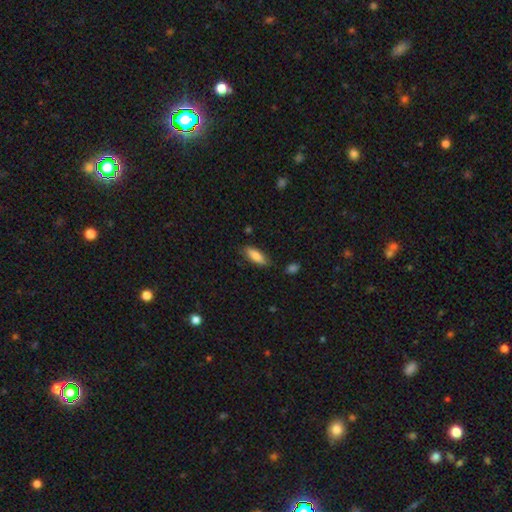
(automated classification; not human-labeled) Smooth or featured: smooth — 80% (featured or disk — 14%)
How rounded: in between — 57% (cigar-shaped — 41%)
Merging: none — 79% (minor disturbance — 16%)